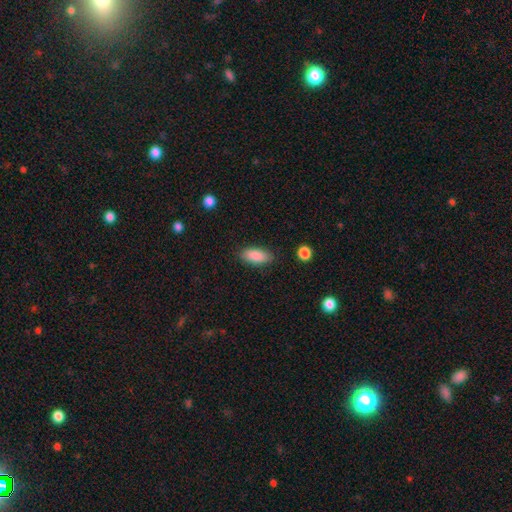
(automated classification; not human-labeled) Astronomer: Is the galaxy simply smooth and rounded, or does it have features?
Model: smooth — 89%.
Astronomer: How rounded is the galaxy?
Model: in between — 88%.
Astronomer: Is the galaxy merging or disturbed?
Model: none — 86%.